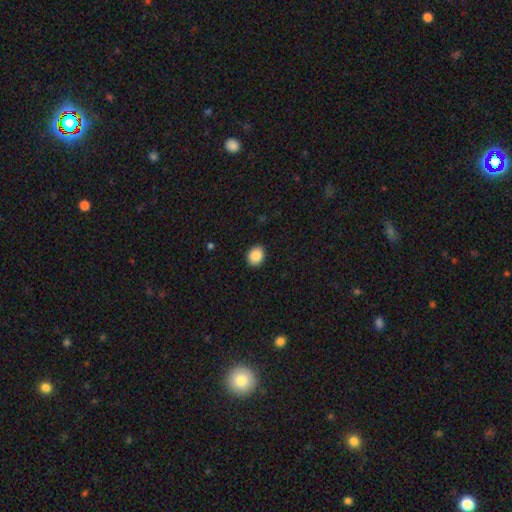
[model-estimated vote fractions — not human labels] smooth-or-featured: smooth: 87% | star or artifact: 8% | featured or disk: 5%
  how-rounded: in between: 52% | round: 47% | cigar-shaped: 1%
  merging: none: 90% | minor disturbance: 7% | major disturbance: 2% | merger: 1%